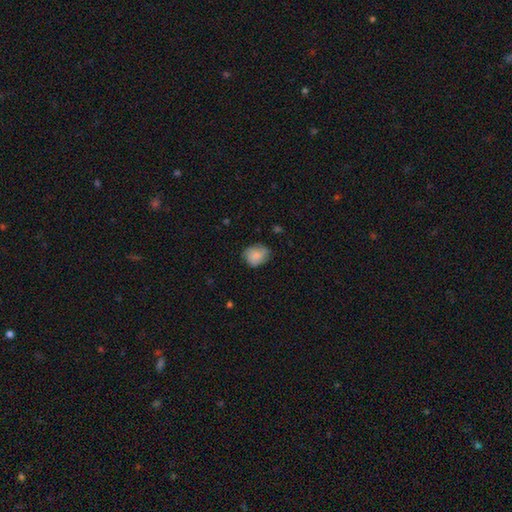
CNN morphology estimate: type=smooth (82%); roundness=round (53%); merging=none (67%).